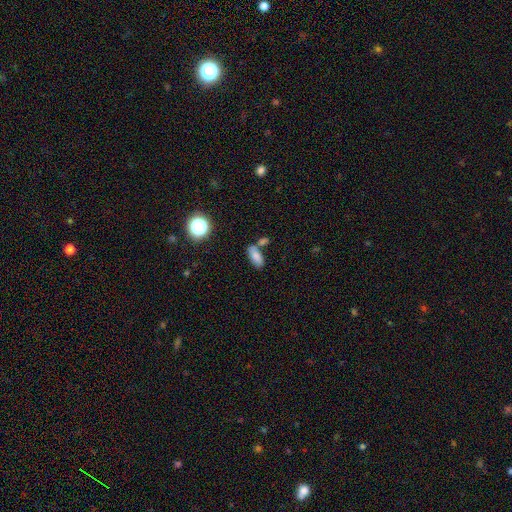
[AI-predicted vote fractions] Q: Smooth or featured?
A: smooth (76%); runner-up: featured or disk (13%)
Q: How rounded?
A: in between (86%); runner-up: cigar-shaped (9%)
Q: Merging?
A: none (54%); runner-up: merger (28%)